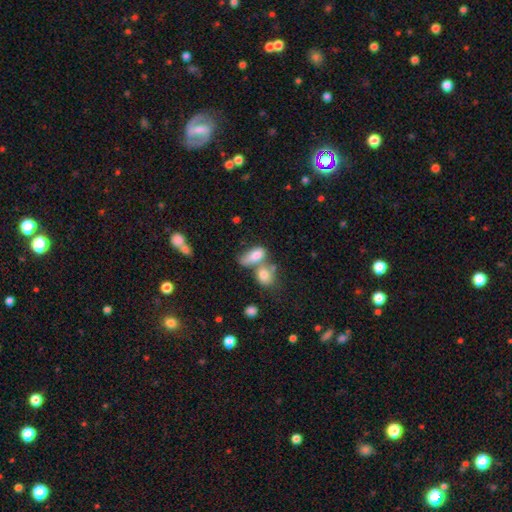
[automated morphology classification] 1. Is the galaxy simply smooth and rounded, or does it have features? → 80% smooth, 12% featured or disk, 8% star or artifact.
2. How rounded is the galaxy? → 83% in between, 9% cigar-shaped, 9% round.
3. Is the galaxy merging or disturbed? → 52% merger, 27% none, 13% minor disturbance, 8% major disturbance.